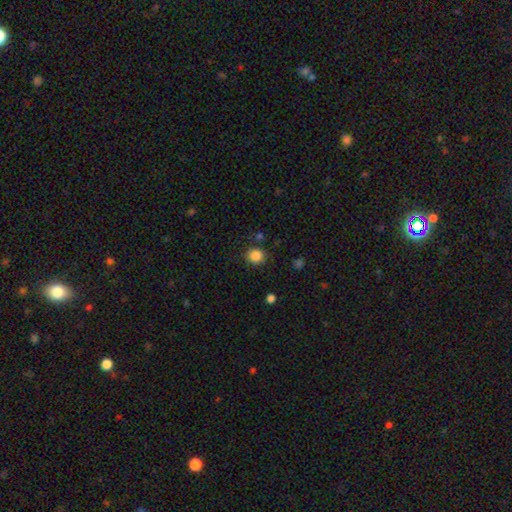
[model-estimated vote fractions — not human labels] Smooth or featured? smooth (85%)
How rounded? round (85%)
Merging? none (83%)